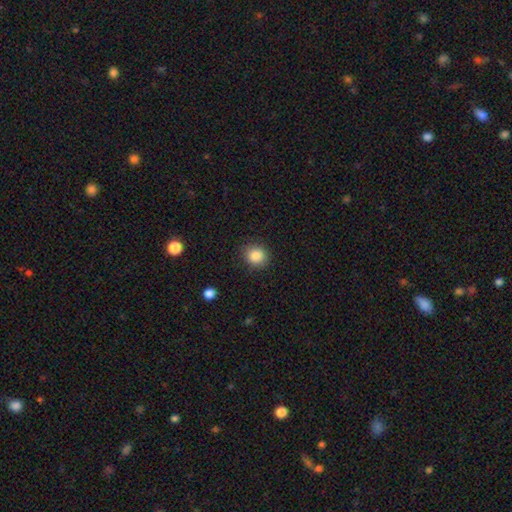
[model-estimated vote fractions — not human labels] This appears to be a smooth galaxy with no disk features (86%) that is round (81%). Merging: none (88%).